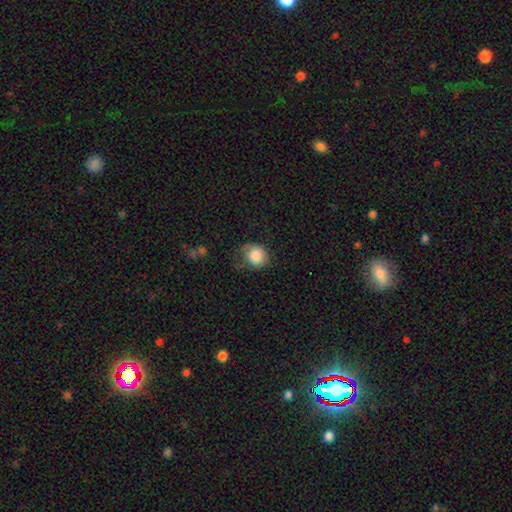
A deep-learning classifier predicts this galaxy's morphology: Overall: smooth (83%). How rounded: round (66%; in between 33%). Merging: none (50%; minor disturbance 33%).